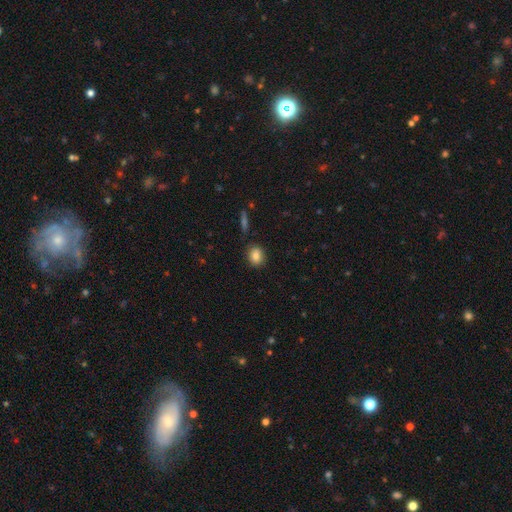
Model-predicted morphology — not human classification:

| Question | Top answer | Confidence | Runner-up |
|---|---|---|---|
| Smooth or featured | smooth | 83% | star or artifact (9%) |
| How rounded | round | 51% | in between (48%) |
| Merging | none | 85% | minor disturbance (10%) |